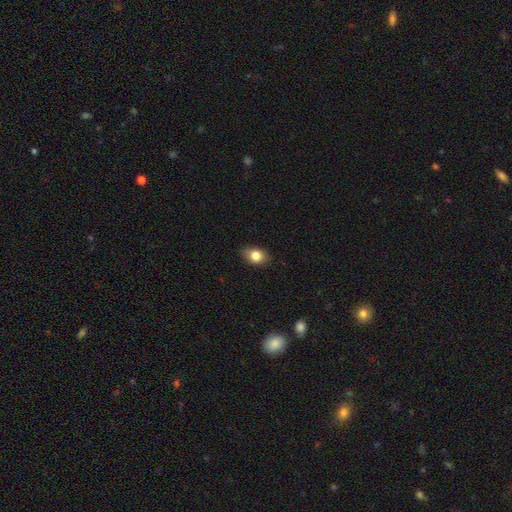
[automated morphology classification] The model was most divided on "how rounded": in between: 79%, round: 20%, cigar-shaped: 2%. More confident: merging — none (86%); smooth or featured — smooth (82%).